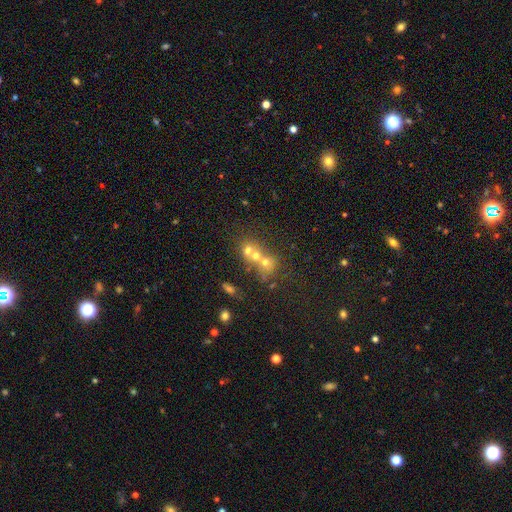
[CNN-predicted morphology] Smooth or featured? smooth (49%)
Merging? merger (52%)